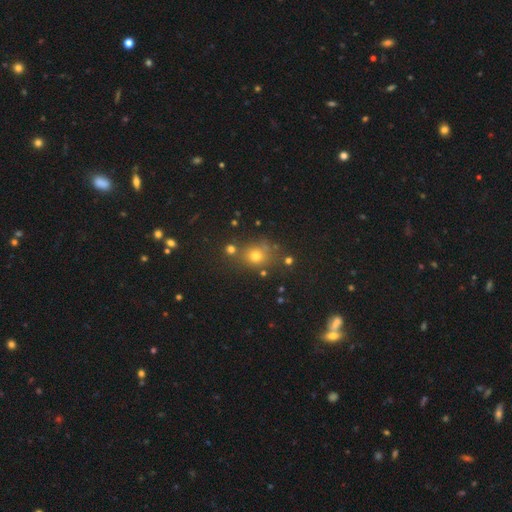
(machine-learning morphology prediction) Smooth or featured? smooth (66%)
How rounded? round (75%)
Merging? none (70%)